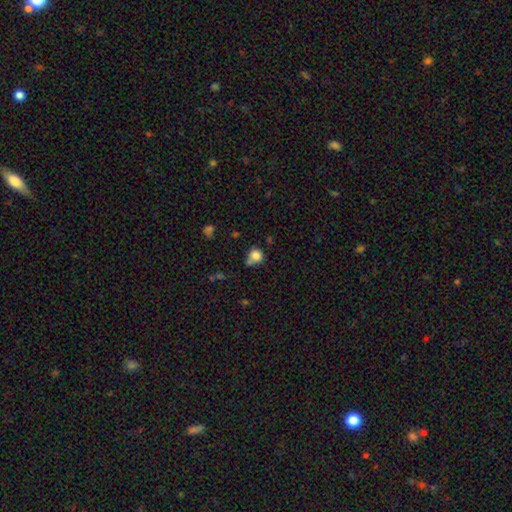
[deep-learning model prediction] Overall: smooth (81%). How rounded: round (85%). Merging: none (54%; merger 21%).